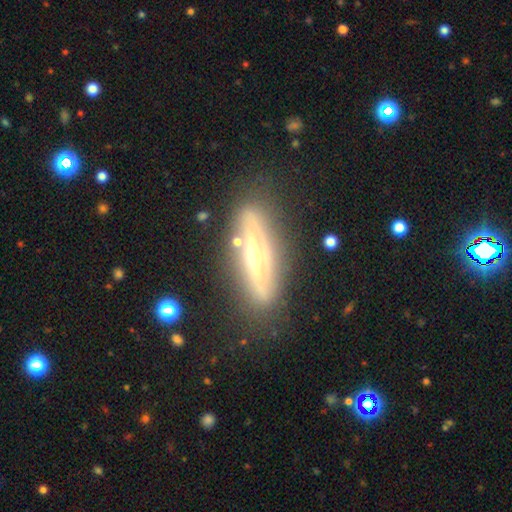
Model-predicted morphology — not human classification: Q: Smooth or featured?
A: featured or disk (73%); runner-up: smooth (20%)
Q: Edge-on disk?
A: yes (89%); runner-up: no (11%)
Q: Edge-on bulge?
A: rounded (79%); runner-up: none (12%)
Q: Merging?
A: none (81%); runner-up: minor disturbance (13%)